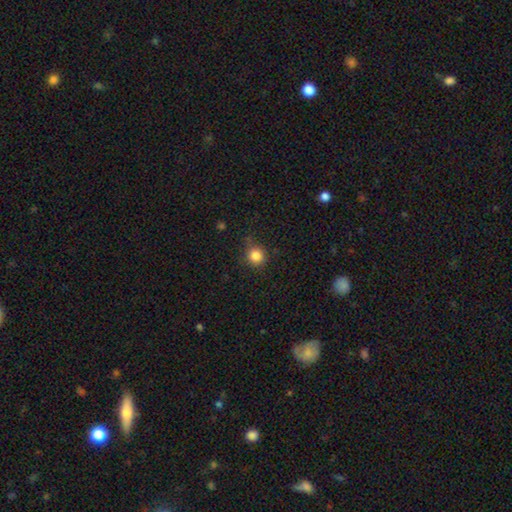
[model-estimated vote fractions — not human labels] Smooth or featured?
  - smooth: 84% *
  - star or artifact: 12%
  - featured or disk: 5%
How rounded?
  - round: 91% *
  - in between: 8%
  - cigar-shaped: 1%
Merging?
  - none: 82% *
  - minor disturbance: 13%
  - major disturbance: 3%
  - merger: 2%